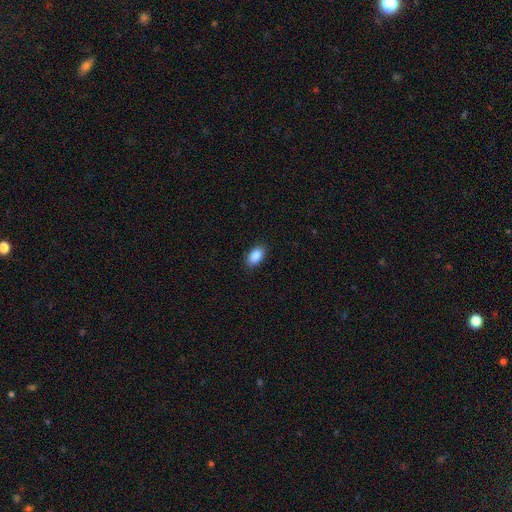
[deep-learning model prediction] Smooth or featured?
  - smooth: 89% *
  - star or artifact: 7%
  - featured or disk: 3%
How rounded?
  - in between: 92% *
  - round: 6%
  - cigar-shaped: 2%
Merging?
  - none: 88% *
  - minor disturbance: 9%
  - major disturbance: 2%
  - merger: 1%